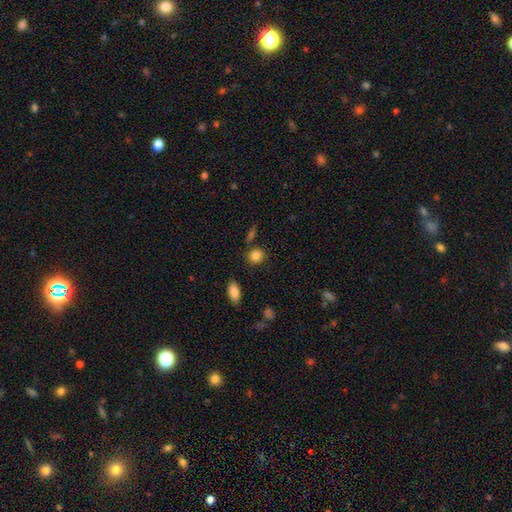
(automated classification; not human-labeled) smooth-or-featured: smooth: 85% | star or artifact: 9% | featured or disk: 5%
  how-rounded: round: 74% | in between: 25% | cigar-shaped: 2%
  merging: none: 80% | minor disturbance: 11% | merger: 5% | major disturbance: 3%